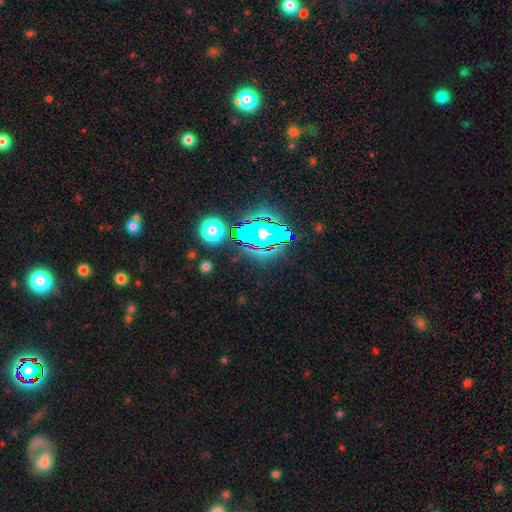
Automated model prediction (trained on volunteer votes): Overall: star or artifact (81%).